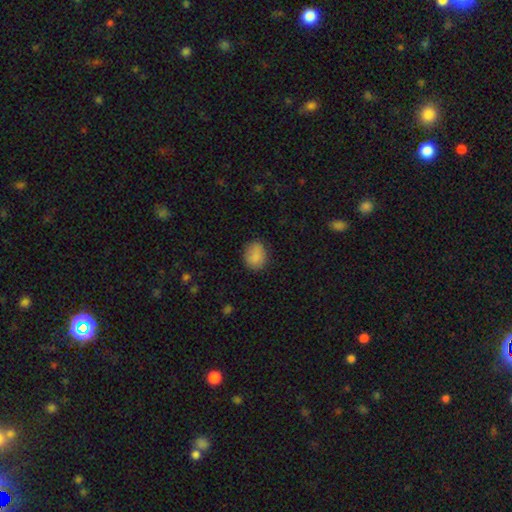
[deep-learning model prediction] Smooth or featured: smooth — 86% (star or artifact — 9%)
How rounded: round — 54% (in between — 45%)
Merging: none — 79% (minor disturbance — 16%)